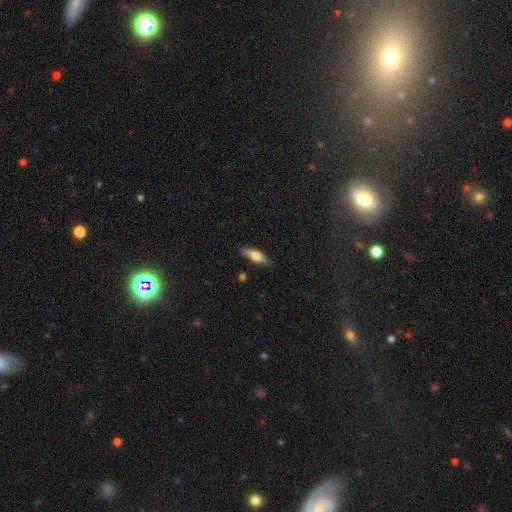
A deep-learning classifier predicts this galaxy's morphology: This is possibly a smooth galaxy (59%). How rounded: possibly cigar-shaped (49%). Merging: likely none (78%).